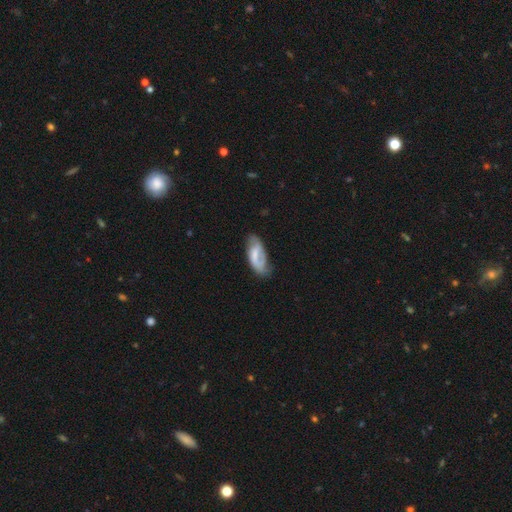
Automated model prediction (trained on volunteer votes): smooth-or-featured: featured or disk: 49% | smooth: 45% | star or artifact: 6%
  merging: none: 53% | minor disturbance: 30% | major disturbance: 15% | merger: 3%